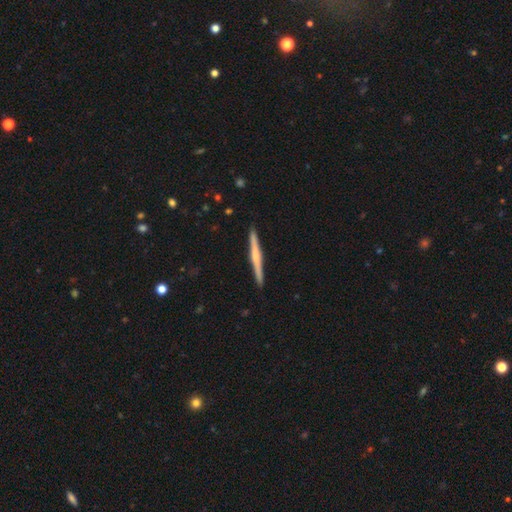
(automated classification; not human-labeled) Morphology: type=featured or disk (61%); edge-on=yes (98%); edge-on bulge=rounded (52%); merging=none (92%).